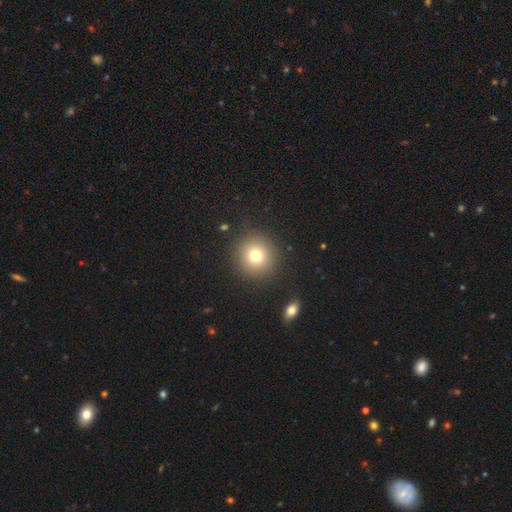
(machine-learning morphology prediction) type=smooth (77%); roundness=round (93%); merging=none (89%).